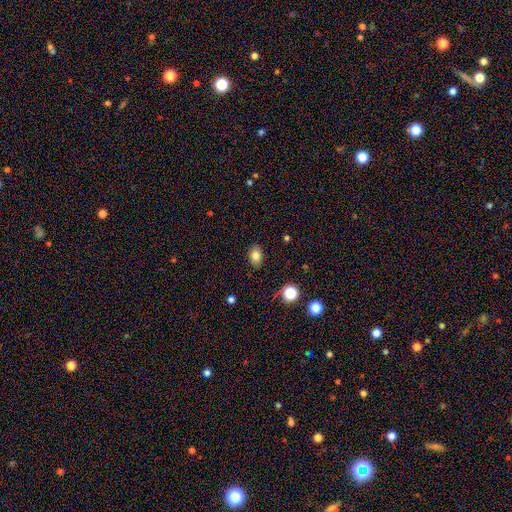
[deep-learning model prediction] A smooth galaxy with no disk features (81%) that is in between round and cigar-shaped (73%). Merging: none (86%).